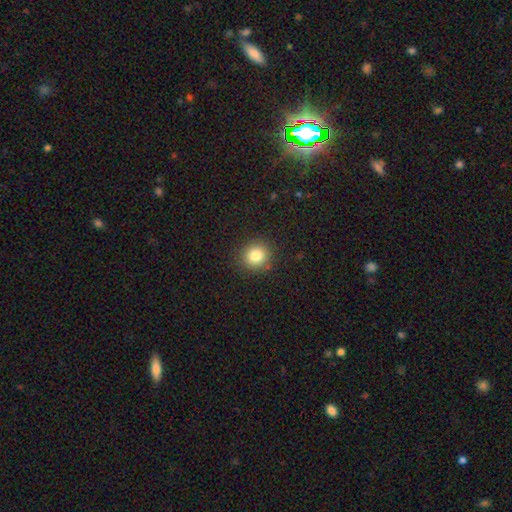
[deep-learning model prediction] Morphology: type=smooth (82%); roundness=round (90%); merging=none (90%).